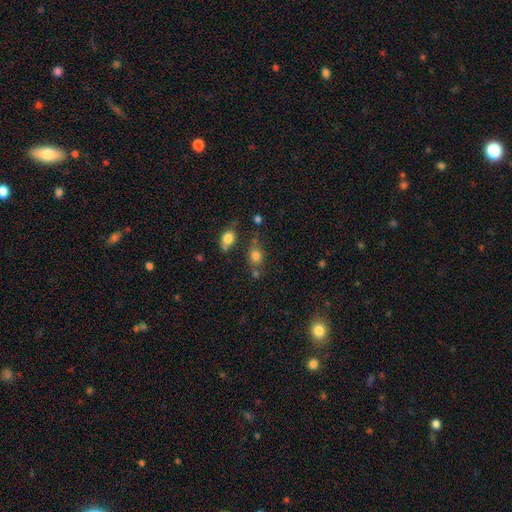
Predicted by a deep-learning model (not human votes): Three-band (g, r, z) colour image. It shows a smooth galaxy with no disk features (78%) that is round (55%). Merging: none (61%).